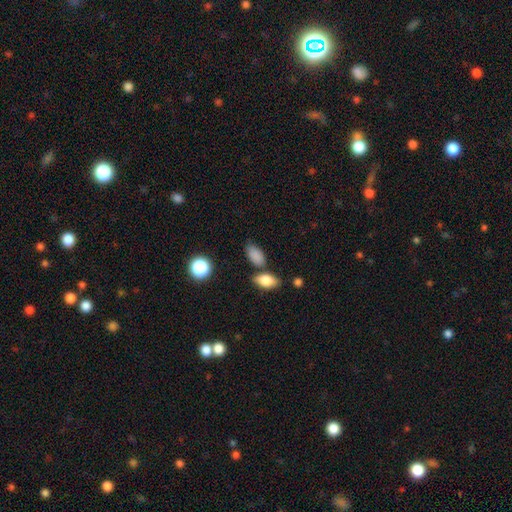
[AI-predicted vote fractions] smooth 86%, star or artifact 9%, featured or disk 5%. Down the decision tree: how rounded — in between (89%); merging — none (69%).